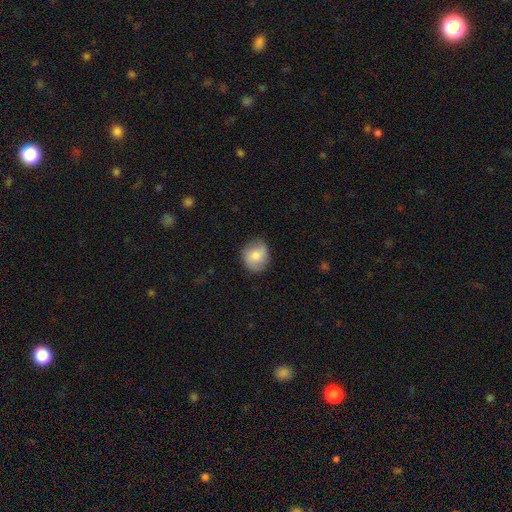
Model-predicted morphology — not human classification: Smooth or featured?
  - smooth: 75% *
  - featured or disk: 17%
  - star or artifact: 8%
How rounded?
  - round: 77% *
  - in between: 22%
  - cigar-shaped: 1%
Merging?
  - none: 78% *
  - minor disturbance: 17%
  - major disturbance: 4%
  - merger: 1%